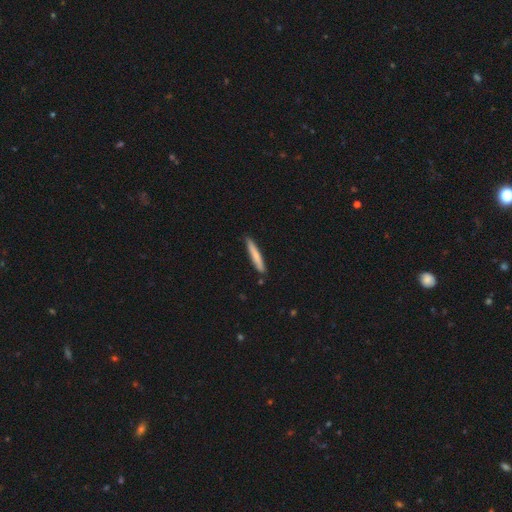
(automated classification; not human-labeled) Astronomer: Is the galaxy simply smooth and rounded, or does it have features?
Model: smooth — 76%.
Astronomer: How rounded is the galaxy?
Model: cigar-shaped — 95%.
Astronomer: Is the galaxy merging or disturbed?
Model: none — 88%.